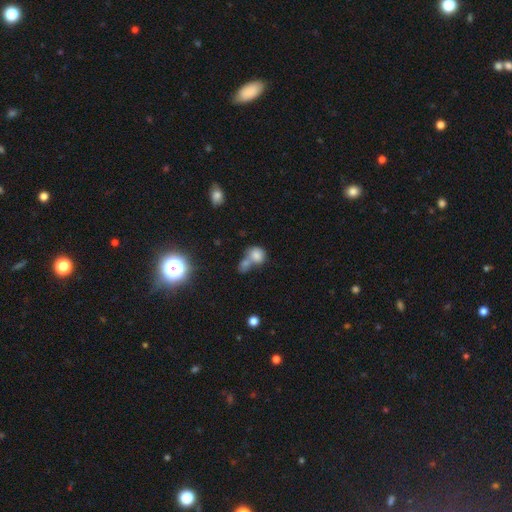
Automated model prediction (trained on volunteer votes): Smooth or featured? smooth (77%)
How rounded? round (59%)
Merging? merger (62%)